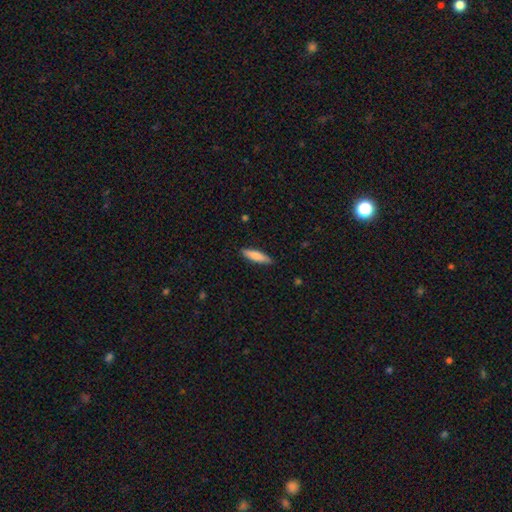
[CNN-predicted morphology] smooth-or-featured: smooth: 79% | featured or disk: 16% | star or artifact: 6%
  how-rounded: cigar-shaped: 74% | in between: 25% | round: 1%
  merging: none: 88% | minor disturbance: 9% | major disturbance: 2% | merger: 1%